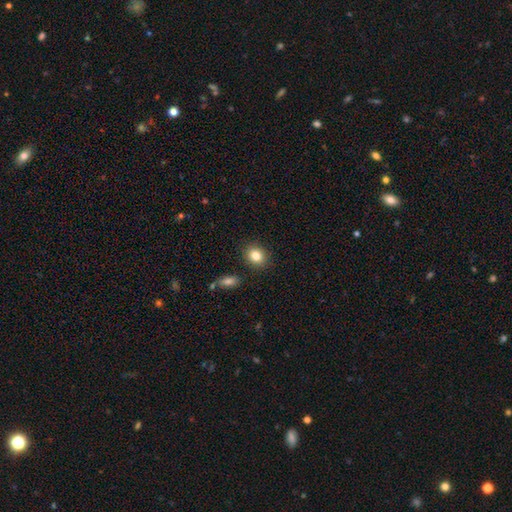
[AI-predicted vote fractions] This is clearly a smooth galaxy (83%). How rounded: likely round (64%). Merging: clearly none (88%).